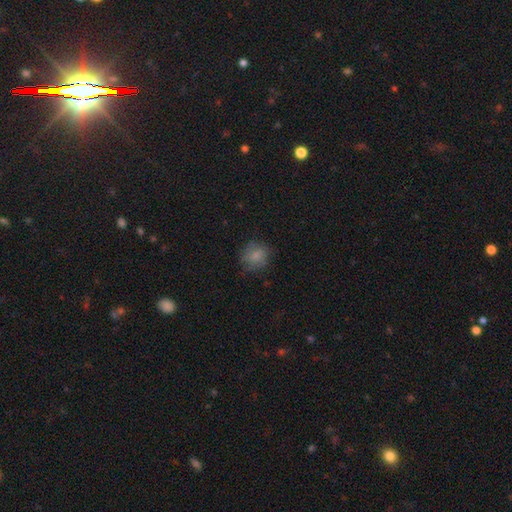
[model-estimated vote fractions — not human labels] smooth 75%, featured or disk 16%, star or artifact 9%. Down the decision tree: how rounded — round (80%); merging — none (69%).